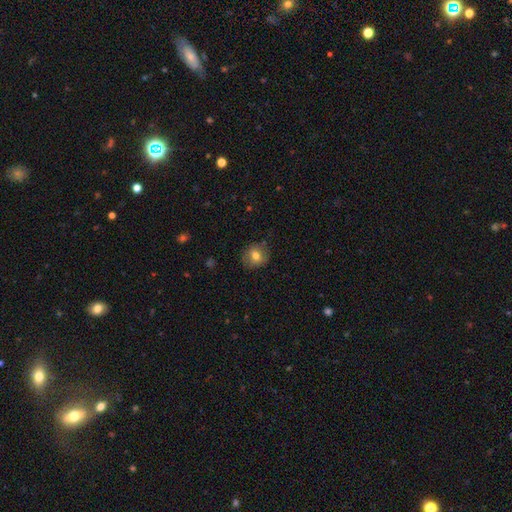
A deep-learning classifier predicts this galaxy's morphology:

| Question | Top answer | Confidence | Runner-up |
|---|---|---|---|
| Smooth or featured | smooth | 75% | featured or disk (15%) |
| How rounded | round | 81% | in between (18%) |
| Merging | none | 83% | minor disturbance (13%) |